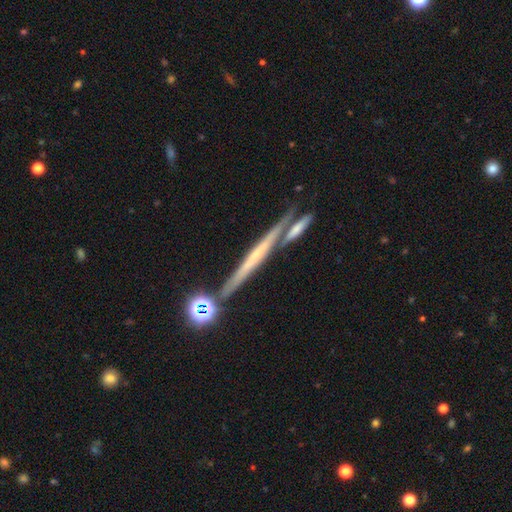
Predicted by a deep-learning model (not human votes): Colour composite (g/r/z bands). It shows a featured or disk galaxy (63%) viewed edge-on (93%) with no central bulge (73%). Merging: none (72%).